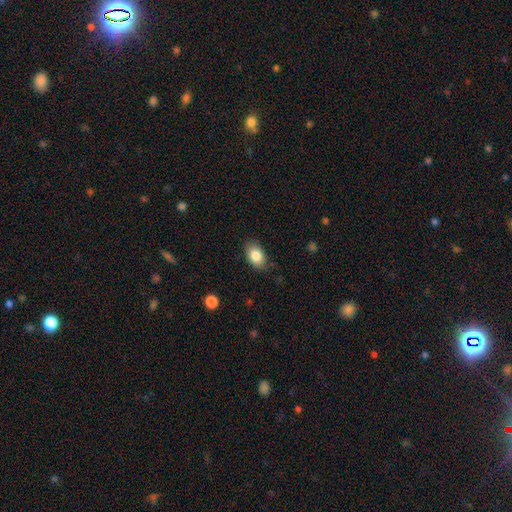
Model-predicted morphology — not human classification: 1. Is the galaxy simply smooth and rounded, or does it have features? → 85% smooth, 8% featured or disk, 7% star or artifact.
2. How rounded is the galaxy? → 87% in between, 12% round, 1% cigar-shaped.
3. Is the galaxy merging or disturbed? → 83% none, 14% minor disturbance, 3% major disturbance, 1% merger.